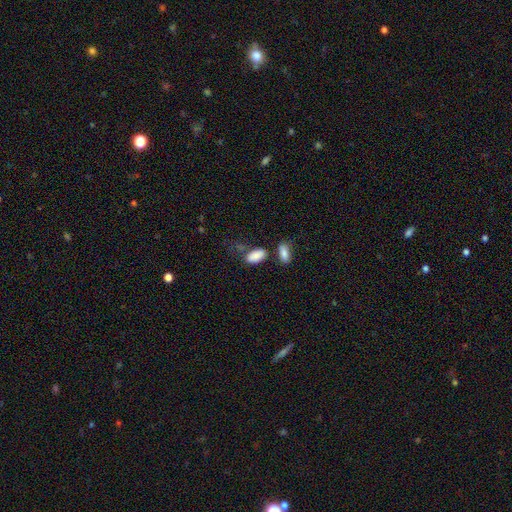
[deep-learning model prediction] Smooth or featured? Predicted: smooth (p=0.87). How rounded? Predicted: in between (p=0.93). Merging? Predicted: none (p=0.55).